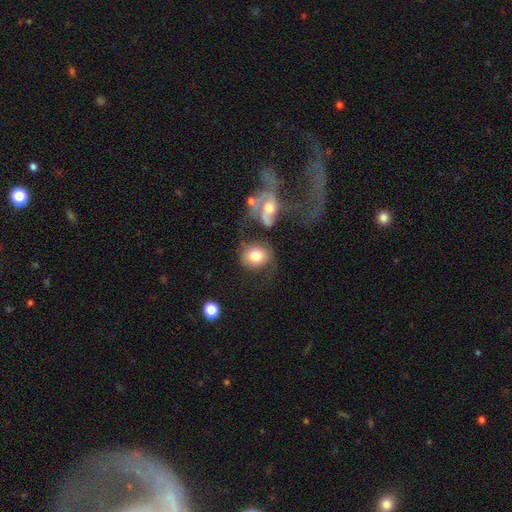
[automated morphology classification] A smooth galaxy with no disk features (70%) that is round (70%). Merging: none (42%).